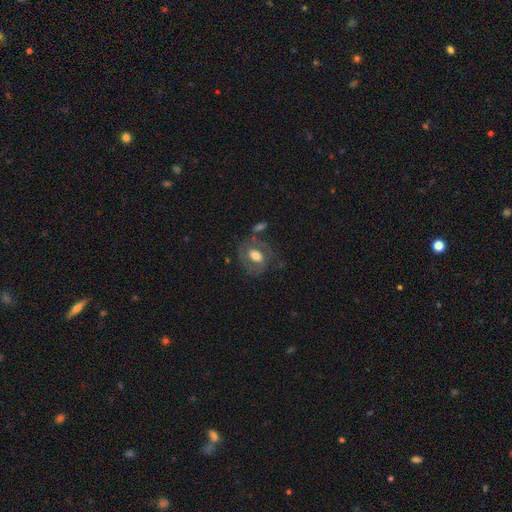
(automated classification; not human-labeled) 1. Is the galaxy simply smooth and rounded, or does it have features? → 48% featured or disk, 44% smooth, 8% star or artifact.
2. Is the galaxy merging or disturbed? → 60% none, 19% minor disturbance, 13% major disturbance, 7% merger.